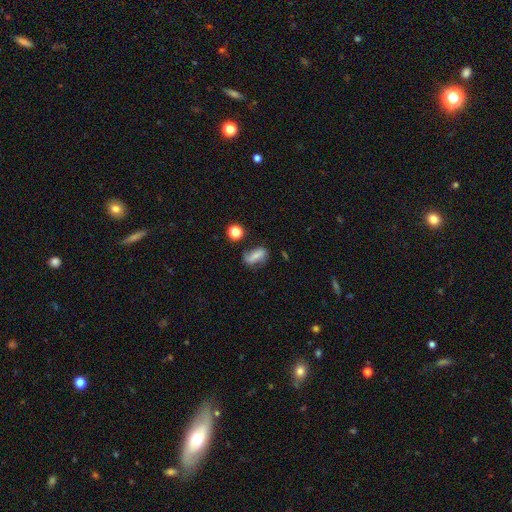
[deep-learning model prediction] Smooth or featured: smooth — 52% (featured or disk — 36%)
How rounded: in between — 74% (cigar-shaped — 13%)
Merging: none — 58% (minor disturbance — 24%)